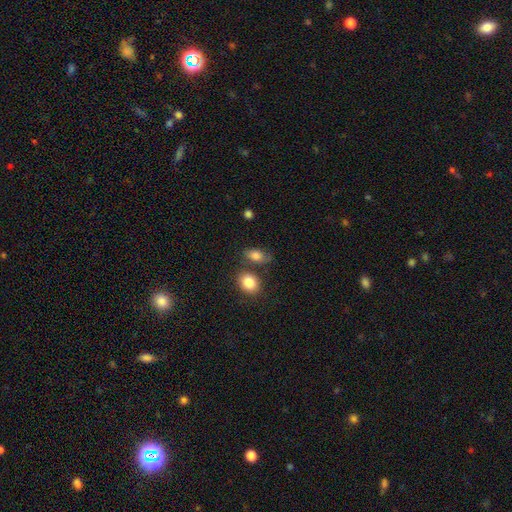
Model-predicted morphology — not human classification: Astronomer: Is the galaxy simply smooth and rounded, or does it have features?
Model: smooth — 82%.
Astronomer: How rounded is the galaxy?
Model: in between — 80%.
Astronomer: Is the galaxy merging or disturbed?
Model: none — 60%.